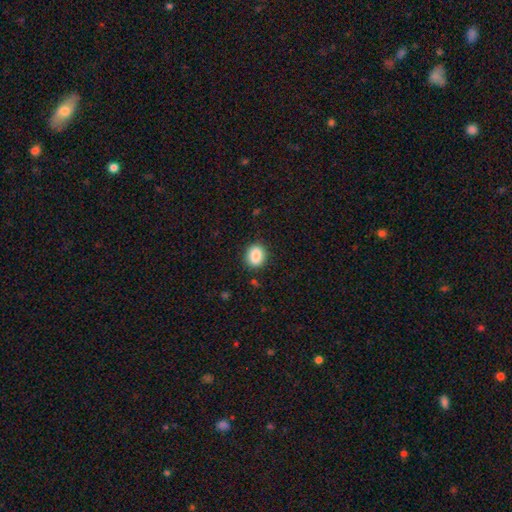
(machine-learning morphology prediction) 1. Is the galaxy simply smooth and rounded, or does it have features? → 87% smooth, 8% star or artifact, 5% featured or disk.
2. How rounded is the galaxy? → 52% round, 47% in between, 1% cigar-shaped.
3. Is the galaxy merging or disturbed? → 87% none, 9% minor disturbance, 2% major disturbance, 1% merger.